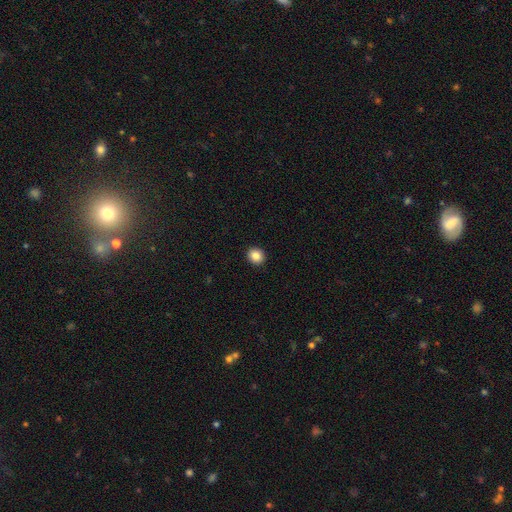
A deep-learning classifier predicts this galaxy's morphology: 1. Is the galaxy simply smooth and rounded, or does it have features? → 86% smooth, 10% star or artifact, 4% featured or disk.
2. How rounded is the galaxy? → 82% round, 17% in between, 1% cigar-shaped.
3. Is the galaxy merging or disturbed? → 93% none, 5% minor disturbance, 2% major disturbance, 1% merger.